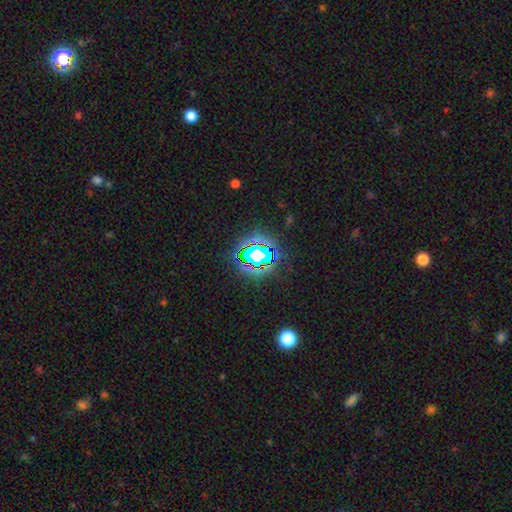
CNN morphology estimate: This is likely a star or artifact rather than a galaxy (73%).